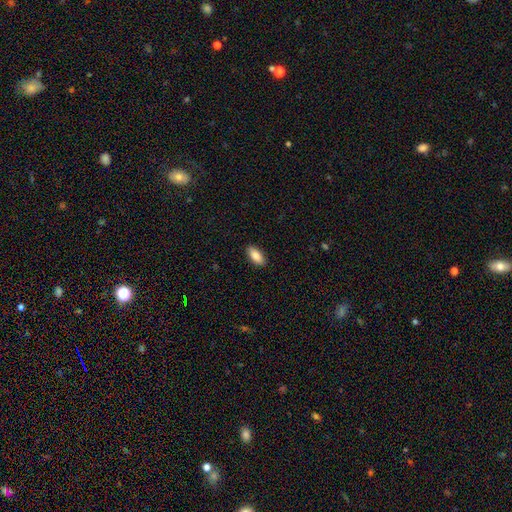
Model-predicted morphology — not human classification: smooth_or_featured: smooth (p=0.86) [alt: featured or disk p=0.08]
how_rounded: in between (p=0.88) [alt: cigar-shaped p=0.10]
merging: none (p=0.90) [alt: minor disturbance p=0.07]